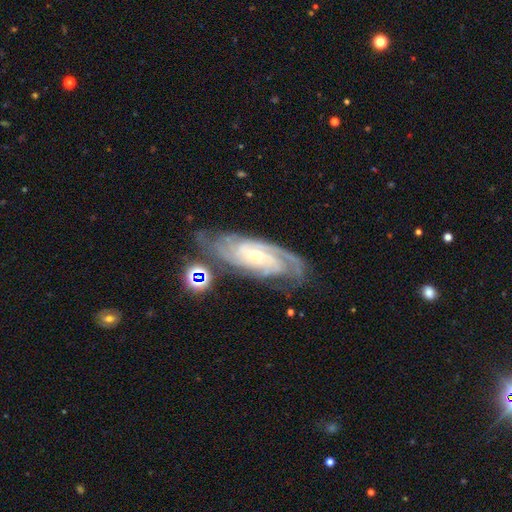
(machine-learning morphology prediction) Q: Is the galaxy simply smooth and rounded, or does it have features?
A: featured or disk — 89%.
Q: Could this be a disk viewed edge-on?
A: no — 93%.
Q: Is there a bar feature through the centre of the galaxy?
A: no — 55%.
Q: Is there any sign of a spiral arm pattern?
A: yes — 98%.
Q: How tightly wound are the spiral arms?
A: tight — 68%.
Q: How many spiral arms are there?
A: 3 — 27%.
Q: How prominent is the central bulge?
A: small — 62%.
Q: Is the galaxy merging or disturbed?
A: none — 71%.